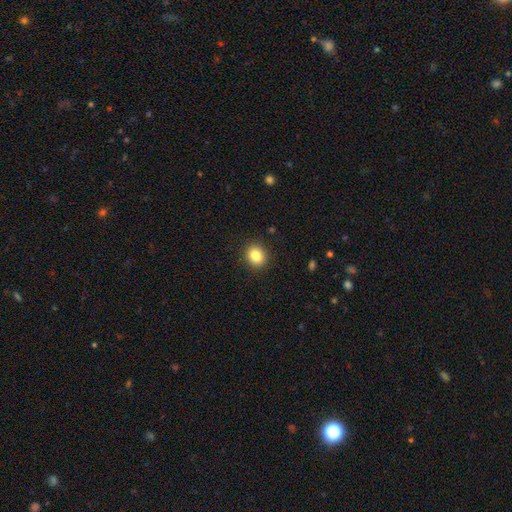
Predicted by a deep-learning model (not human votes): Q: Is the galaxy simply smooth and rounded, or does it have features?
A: smooth — 84%.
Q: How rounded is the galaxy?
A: round — 77%.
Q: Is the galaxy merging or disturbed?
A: none — 91%.